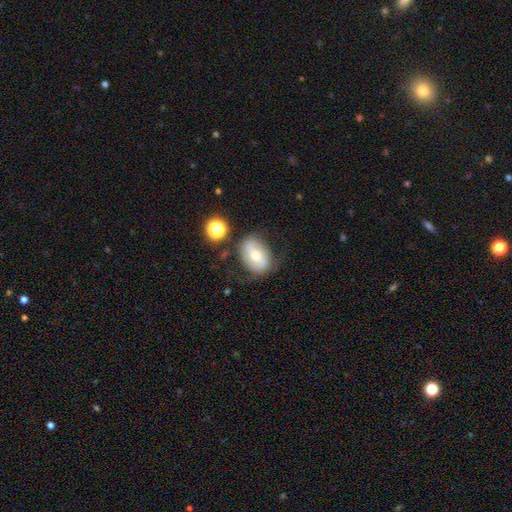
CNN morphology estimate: This is possibly a smooth galaxy (50%). Merging: likely none (66%).